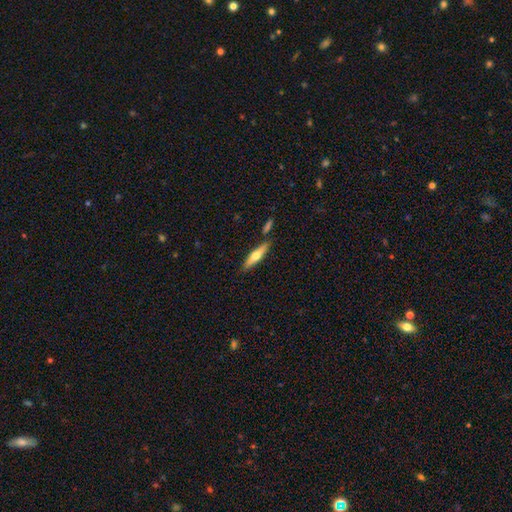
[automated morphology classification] Overall: smooth (50%; featured or disk 45%). Merging: none (79%).